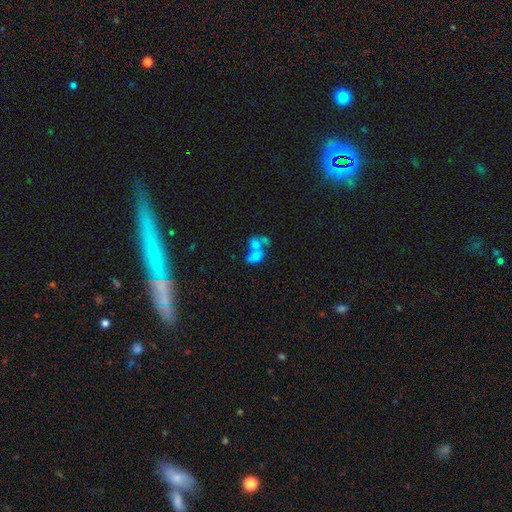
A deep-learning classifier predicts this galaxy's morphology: smooth_or_featured: smooth (p=0.67) [alt: featured or disk p=0.21]
how_rounded: in between (p=0.78) [alt: round p=0.20]
merging: merger (p=0.67) [alt: none p=0.17]